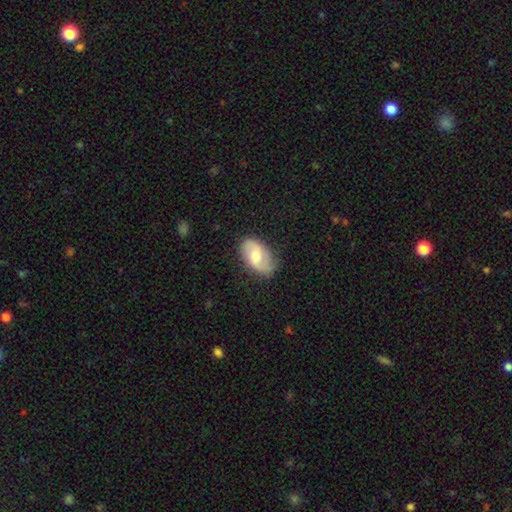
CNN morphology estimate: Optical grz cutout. It shows a featured or disk galaxy (57%) with a weak bar (50%), spiral arms (86%) and a moderate central bulge (62%). Merging: none (73%).